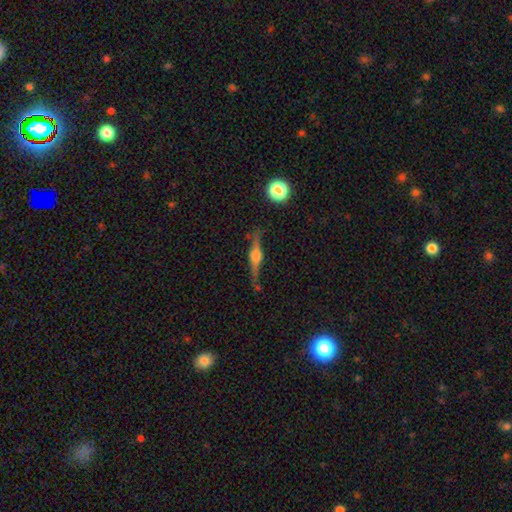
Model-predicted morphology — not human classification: Smooth or featured?
  - featured or disk: 81% *
  - smooth: 12%
  - star or artifact: 7%
Edge-on disk?
  - yes: 97% *
  - no: 3%
Edge-on bulge?
  - rounded: 92% *
  - boxy: 7%
  - none: 2%
Merging?
  - none: 82% *
  - minor disturbance: 12%
  - major disturbance: 3%
  - merger: 3%